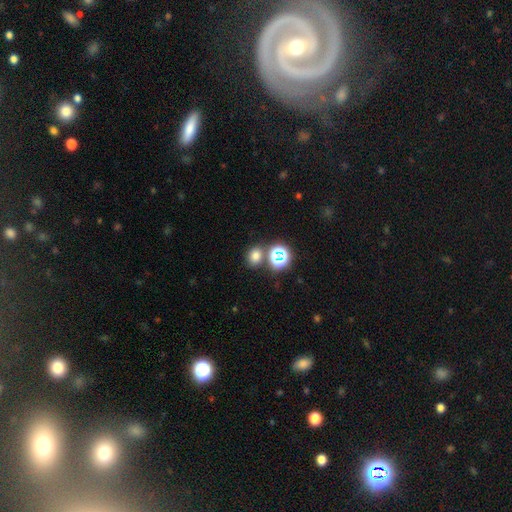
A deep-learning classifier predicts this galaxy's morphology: smooth_or_featured: smooth (p=0.70) [alt: star or artifact p=0.23]
how_rounded: round (p=0.60) [alt: in between p=0.39]
merging: none (p=0.72) [alt: merger p=0.15]